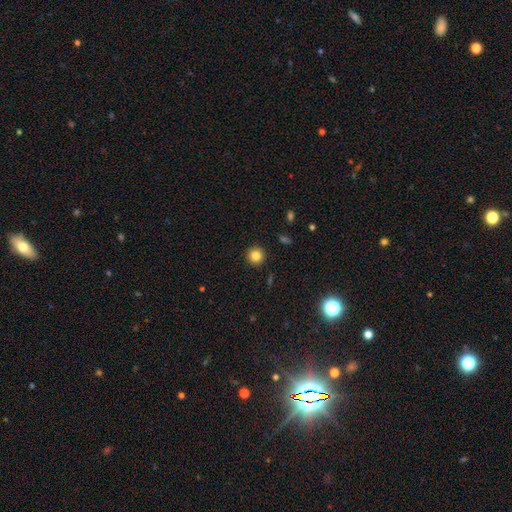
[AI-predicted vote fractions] smooth_or_featured: smooth (p=0.83) [alt: star or artifact p=0.11]
how_rounded: round (p=0.95) [alt: in between p=0.04]
merging: none (p=0.93) [alt: minor disturbance p=0.05]